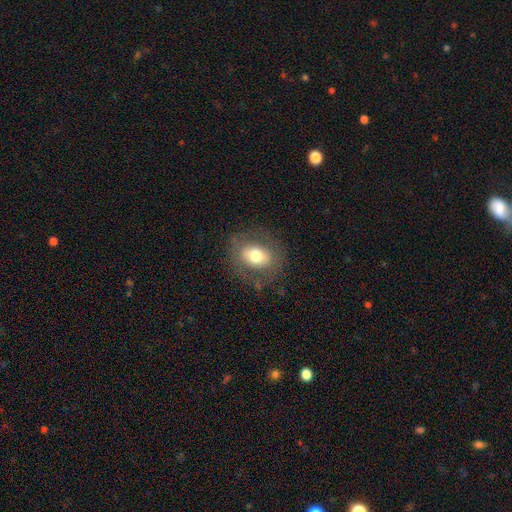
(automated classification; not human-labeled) Smooth or featured? smooth (63%)
How rounded? in between (58%)
Merging? none (76%)